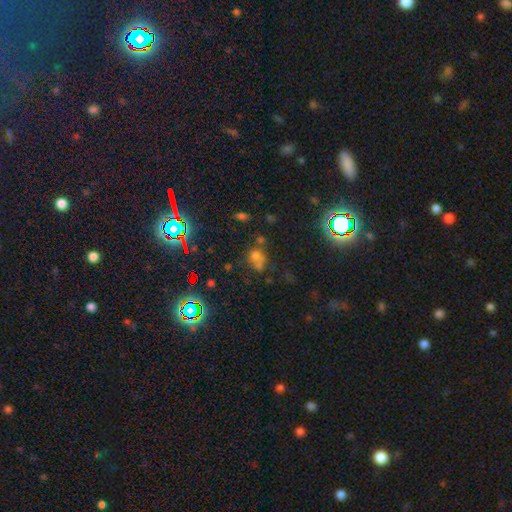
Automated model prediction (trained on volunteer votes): smooth-or-featured: smooth: 53% | star or artifact: 33% | featured or disk: 14%
  how-rounded: round: 49% (tied) | in between: 49% (tied) | cigar-shaped: 2%
  merging: none: 40% | merger: 26% | minor disturbance: 19% | major disturbance: 16%